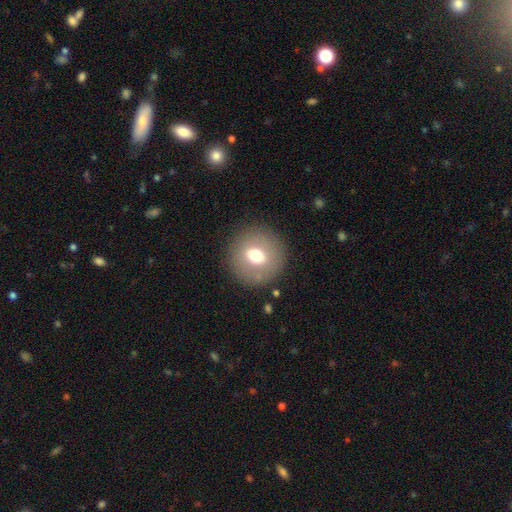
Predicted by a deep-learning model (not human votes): Smooth or featured? Predicted: smooth (p=0.66). How rounded? Predicted: round (p=0.92). Merging? Predicted: none (p=0.88).